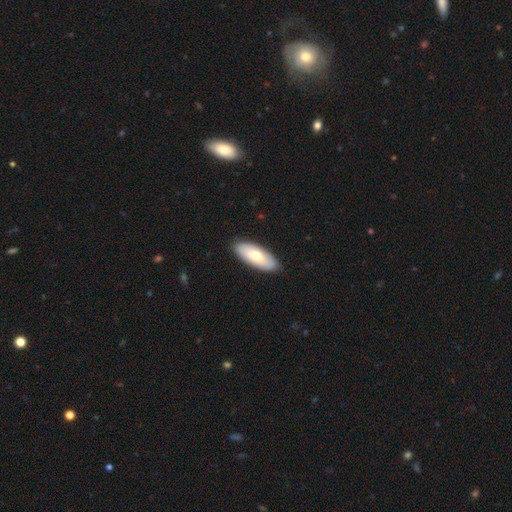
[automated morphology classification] type=smooth (71%); roundness=in between (79%); merging=none (89%).